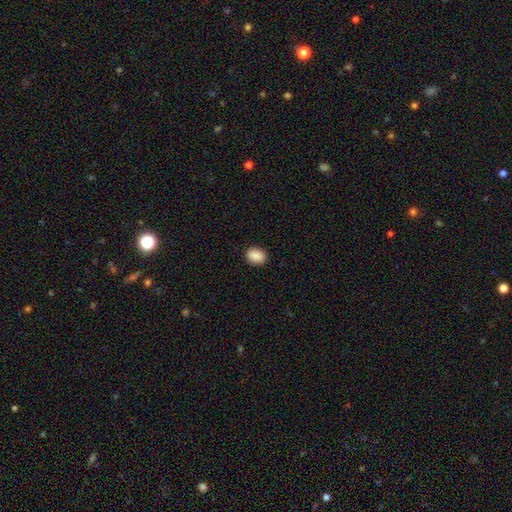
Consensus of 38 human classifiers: Morphology: type=smooth (89%); roundness=in between (71%); merging=none (92%).